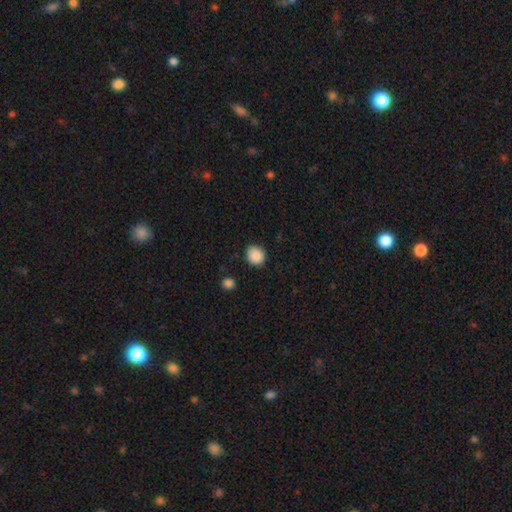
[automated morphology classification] smooth_or_featured: smooth (p=0.89) [alt: star or artifact p=0.08]
how_rounded: round (p=0.74) [alt: in between p=0.25]
merging: none (p=0.87) [alt: minor disturbance p=0.09]